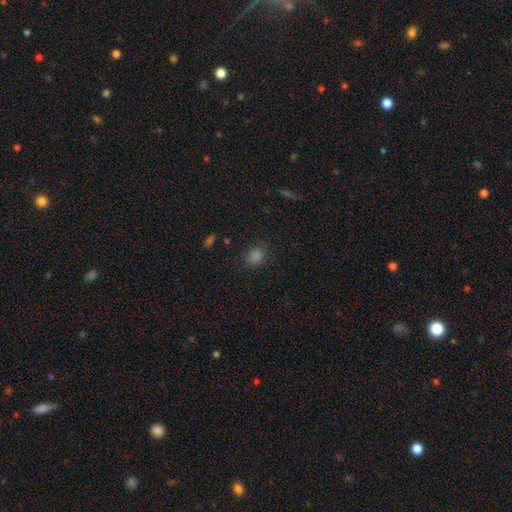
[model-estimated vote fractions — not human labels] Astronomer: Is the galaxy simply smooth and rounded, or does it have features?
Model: smooth — 77%.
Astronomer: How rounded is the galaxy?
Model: round — 57% (runner-up: in between, 42%).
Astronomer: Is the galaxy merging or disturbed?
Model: none — 83%.